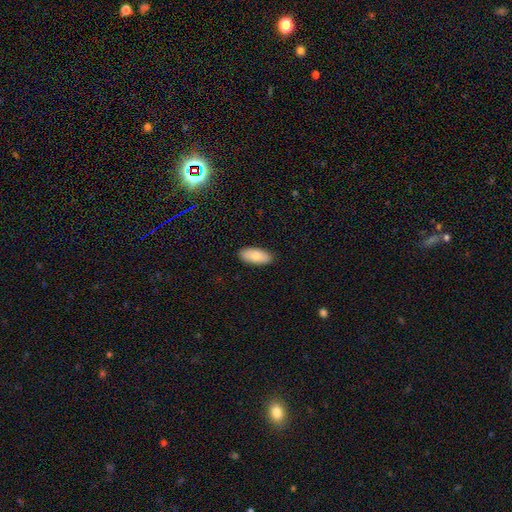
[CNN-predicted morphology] A smooth galaxy with no disk features (80%) that is in between round and cigar-shaped (90%). Merging: none (89%).